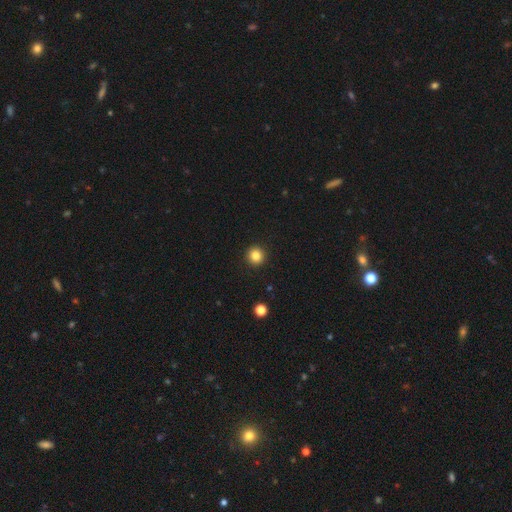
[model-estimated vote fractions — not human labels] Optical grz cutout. It shows a smooth galaxy with no disk features (84%) that is round (95%). Merging: none (93%).